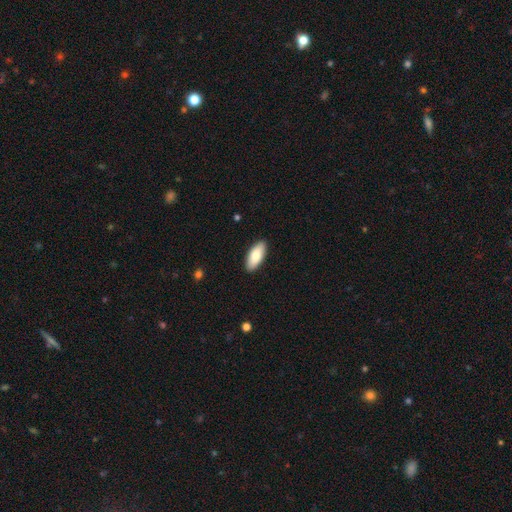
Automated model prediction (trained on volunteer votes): The model was most divided on "smooth or featured": smooth: 83%, featured or disk: 12%, star or artifact: 5%. More confident: merging — none (90%); how rounded — in between (85%).